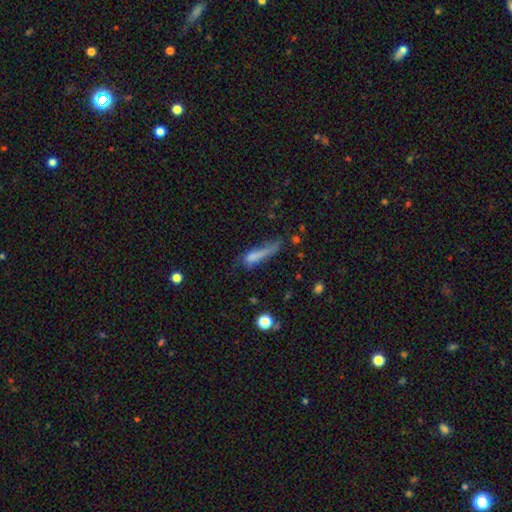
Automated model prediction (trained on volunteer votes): smooth_or_featured: smooth (p=0.65) [alt: featured or disk p=0.23]
how_rounded: cigar-shaped (p=0.72) [alt: in between p=0.25]
merging: major disturbance (p=0.33) [alt: none p=0.30]